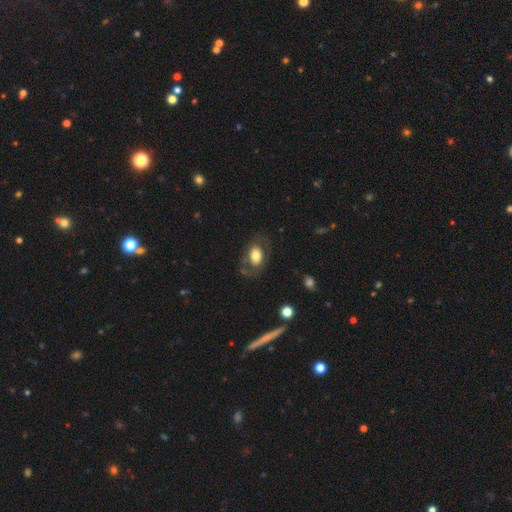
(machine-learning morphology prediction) Smooth or featured: smooth — 68% (featured or disk — 24%)
How rounded: in between — 77% (round — 22%)
Merging: none — 67% (minor disturbance — 18%)